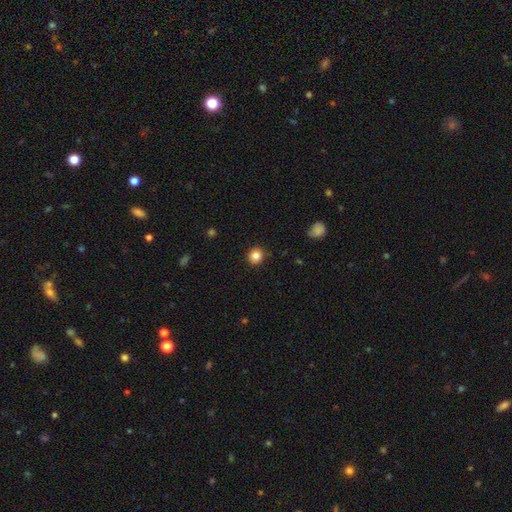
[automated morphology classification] smooth 84%, star or artifact 11%, featured or disk 5%. Down the decision tree: how rounded — round (89%); merging — none (90%).